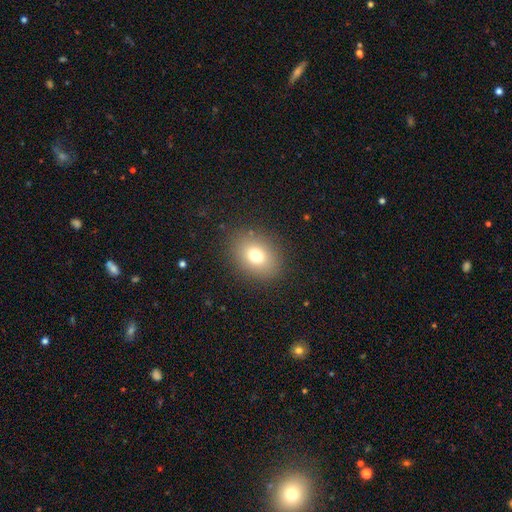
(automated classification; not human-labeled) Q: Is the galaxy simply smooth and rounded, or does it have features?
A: smooth — 75%.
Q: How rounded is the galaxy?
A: in between — 55%.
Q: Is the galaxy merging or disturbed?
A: none — 87%.